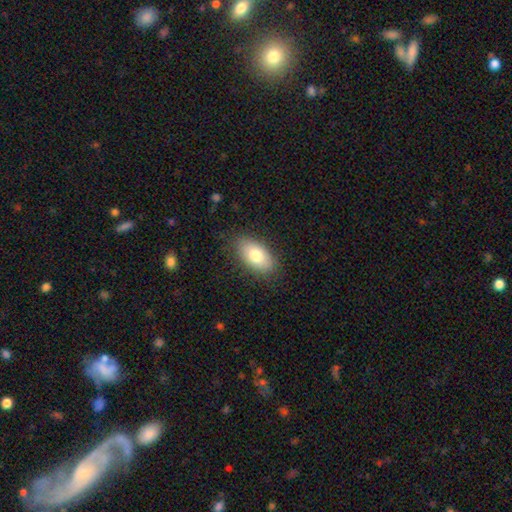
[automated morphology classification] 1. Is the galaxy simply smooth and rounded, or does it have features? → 77% smooth, 16% featured or disk, 7% star or artifact.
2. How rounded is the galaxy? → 92% in between, 5% round, 2% cigar-shaped.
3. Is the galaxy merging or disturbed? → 84% none, 12% minor disturbance, 3% major disturbance, 1% merger.